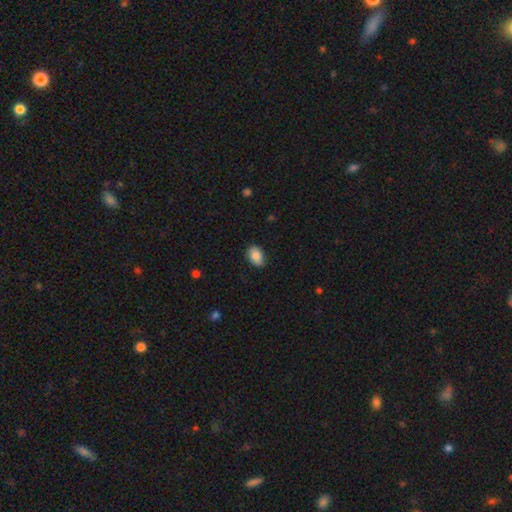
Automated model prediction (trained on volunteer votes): The model was most divided on "merging": none: 84%, minor disturbance: 13%, major disturbance: 2%, merger: 1%. More confident: smooth or featured — smooth (87%); how rounded — in between (86%).